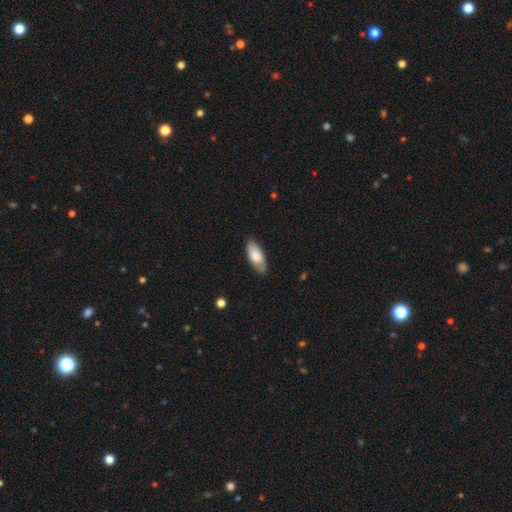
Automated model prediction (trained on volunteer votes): This is likely a smooth galaxy (78%). How rounded: clearly in between (83%). Merging: clearly none (83%).